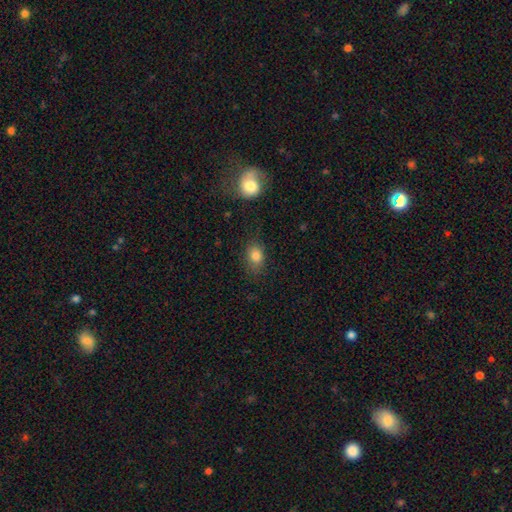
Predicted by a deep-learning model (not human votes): smooth_or_featured: smooth (p=0.82) [alt: star or artifact p=0.10]
how_rounded: in between (p=0.65) [alt: round p=0.33]
merging: none (p=0.74) [alt: minor disturbance p=0.18]